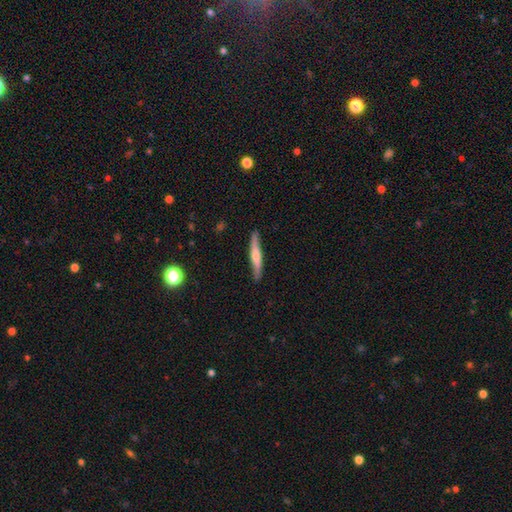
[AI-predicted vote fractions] Morphology: type=featured or disk (53%); edge-on=yes (91%); merging=none (86%).